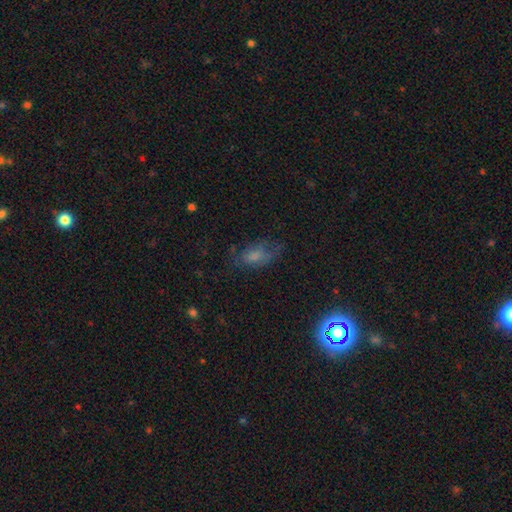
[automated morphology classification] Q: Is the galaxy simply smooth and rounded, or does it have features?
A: smooth — 59%.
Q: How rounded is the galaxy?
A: in between — 86%.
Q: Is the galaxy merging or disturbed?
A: none — 50%.